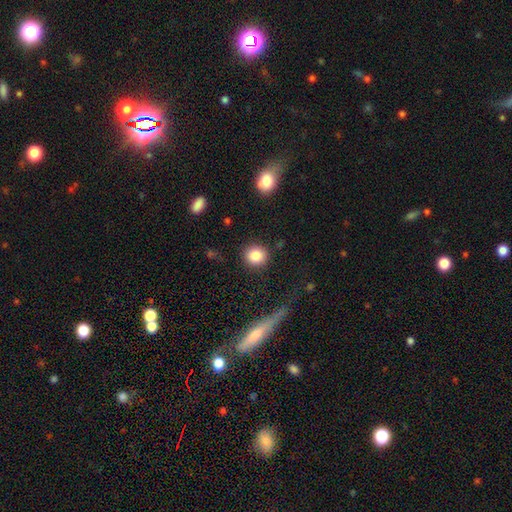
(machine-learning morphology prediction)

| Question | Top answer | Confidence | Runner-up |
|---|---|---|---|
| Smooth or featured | smooth | 84% | star or artifact (10%) |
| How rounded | round | 90% | in between (9%) |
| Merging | none | 88% | minor disturbance (7%) |